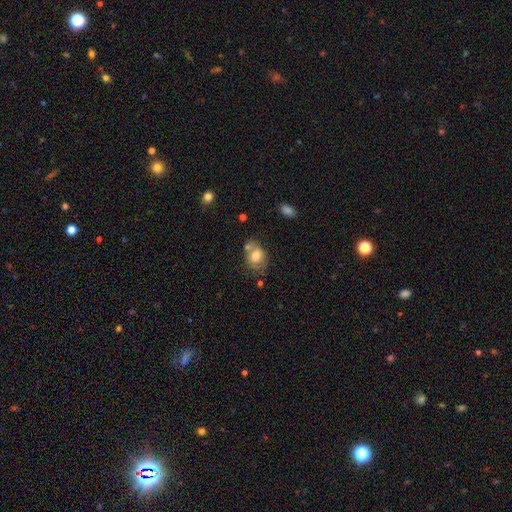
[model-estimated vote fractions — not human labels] This appears to be a smooth galaxy with no disk features (66%) that is in between round and cigar-shaped (64%). Merging: none (51%).